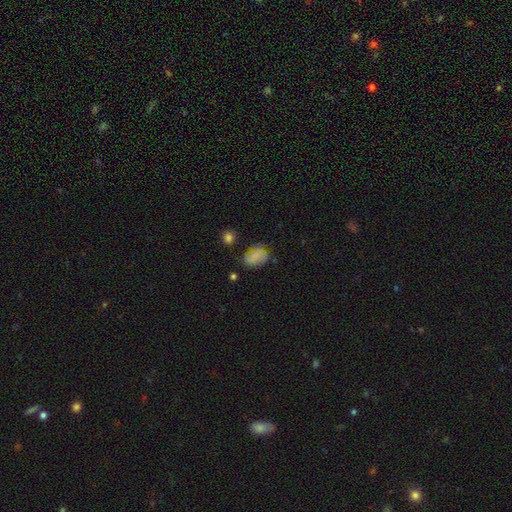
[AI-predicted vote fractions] smooth 71%, featured or disk 17%, star or artifact 12%. Down the decision tree: how rounded — in between (77%); merging — none (48%).